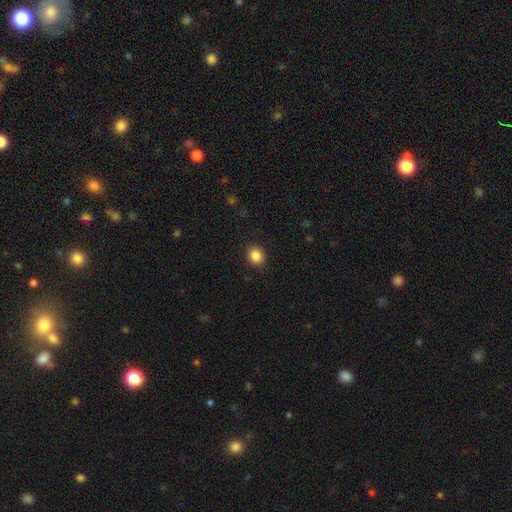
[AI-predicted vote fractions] A smooth galaxy with no disk features (87%) that is round (69%).

Vote fractions:
- Smooth or featured? smooth: 87% / star or artifact: 9% / featured or disk: 4%
- How rounded? round: 69% / in between: 30% / cigar-shaped: 1%
- Merging? none: 90% / minor disturbance: 7% / major disturbance: 2% / merger: 1%